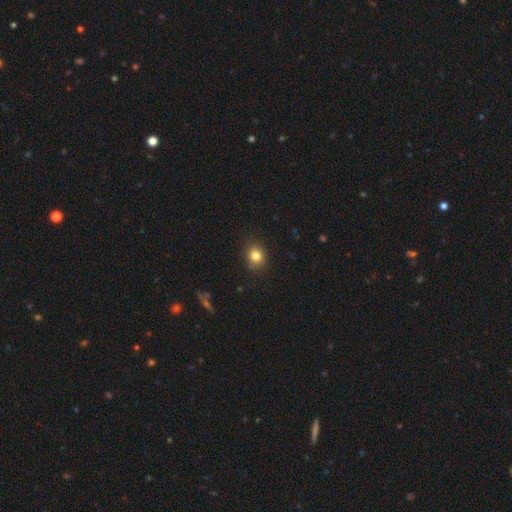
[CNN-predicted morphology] A smooth galaxy with no disk features (82%) that is round (77%). Merging: none (86%).